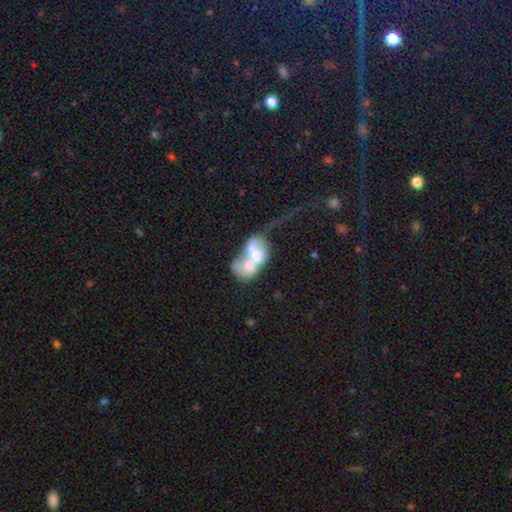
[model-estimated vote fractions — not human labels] smooth 47%, featured or disk 45%, star or artifact 8%. Down the decision tree: merging — merger (78%).